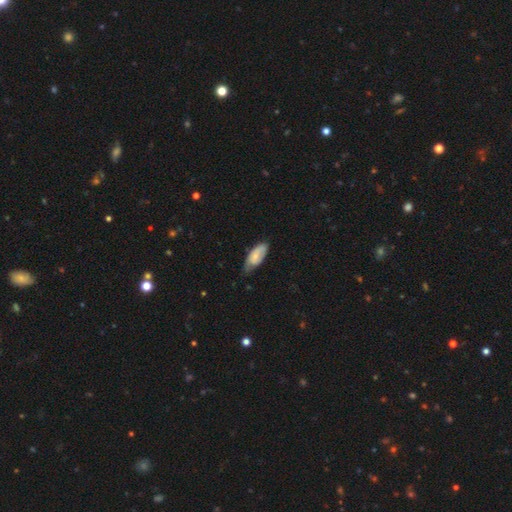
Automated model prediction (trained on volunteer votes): smooth_or_featured: smooth (p=0.65) [alt: featured or disk p=0.29]
how_rounded: in between (p=0.86) [alt: cigar-shaped p=0.12]
merging: none (p=0.47) [alt: minor disturbance p=0.41]